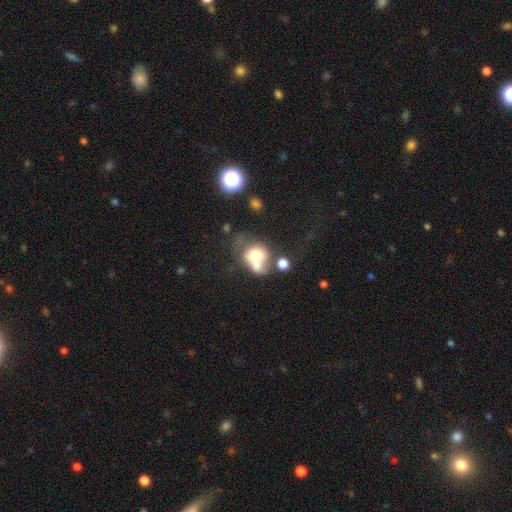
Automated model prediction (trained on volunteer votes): Smooth or featured? Predicted: smooth (p=0.65). How rounded? Predicted: round (p=0.56). Merging? Predicted: merger (p=0.49).